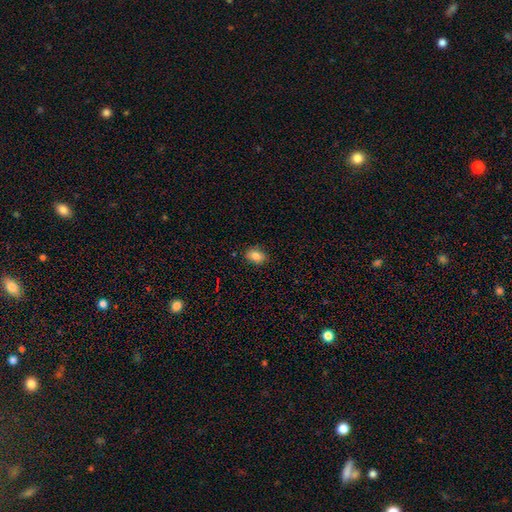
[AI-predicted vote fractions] Smooth or featured?
  - smooth: 84% *
  - star or artifact: 9%
  - featured or disk: 7%
How rounded?
  - in between: 79% *
  - round: 19%
  - cigar-shaped: 1%
Merging?
  - none: 85% *
  - minor disturbance: 11%
  - major disturbance: 2%
  - merger: 1%